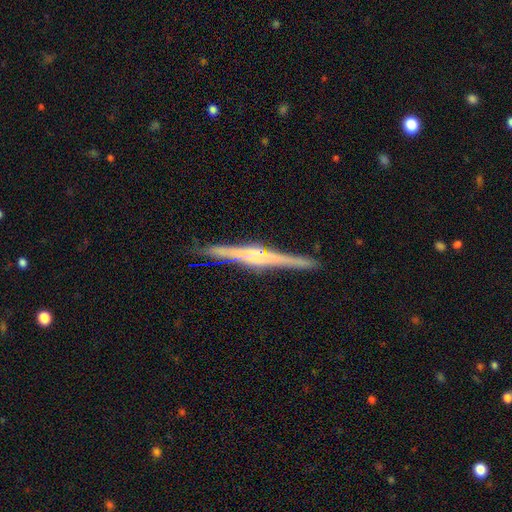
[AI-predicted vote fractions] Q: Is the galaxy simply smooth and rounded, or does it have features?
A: featured or disk — 80%.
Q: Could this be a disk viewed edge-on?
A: yes — 98%.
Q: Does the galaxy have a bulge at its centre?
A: rounded — 53%.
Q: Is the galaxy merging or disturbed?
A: none — 90%.